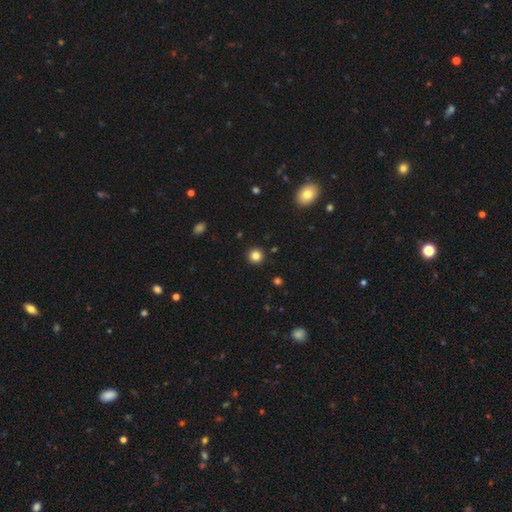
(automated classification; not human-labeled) smooth 83%, star or artifact 12%, featured or disk 5%. Down the decision tree: how rounded — round (95%); merging — none (93%).